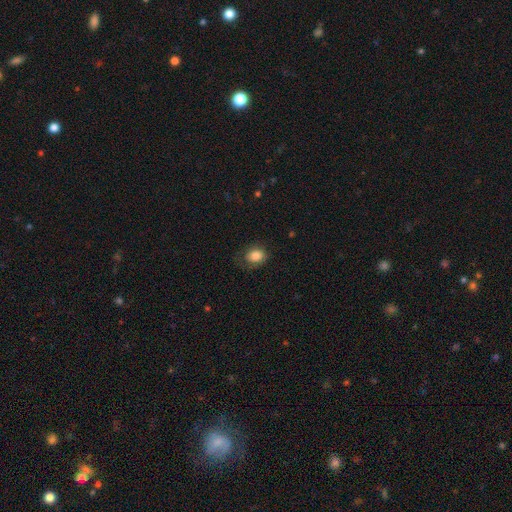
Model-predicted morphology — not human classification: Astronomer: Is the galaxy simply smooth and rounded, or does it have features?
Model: smooth — 84%.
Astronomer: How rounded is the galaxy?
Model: in between — 58% (runner-up: round, 41%).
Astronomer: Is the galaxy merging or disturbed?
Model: none — 69%.